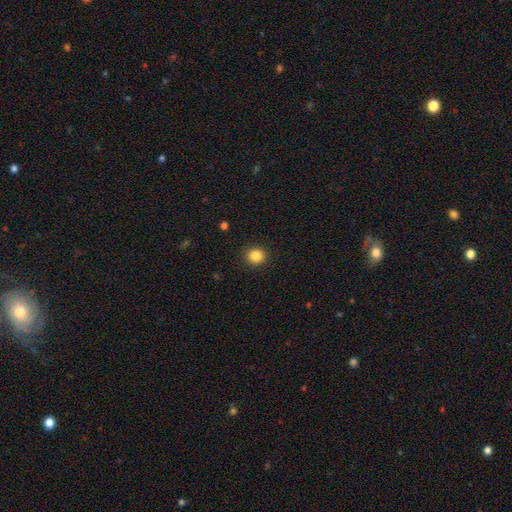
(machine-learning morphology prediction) Smooth or featured?
  - smooth: 85% *
  - star or artifact: 11%
  - featured or disk: 4%
How rounded?
  - round: 89% *
  - in between: 10%
  - cigar-shaped: 1%
Merging?
  - none: 91% *
  - minor disturbance: 6%
  - major disturbance: 2%
  - merger: 1%